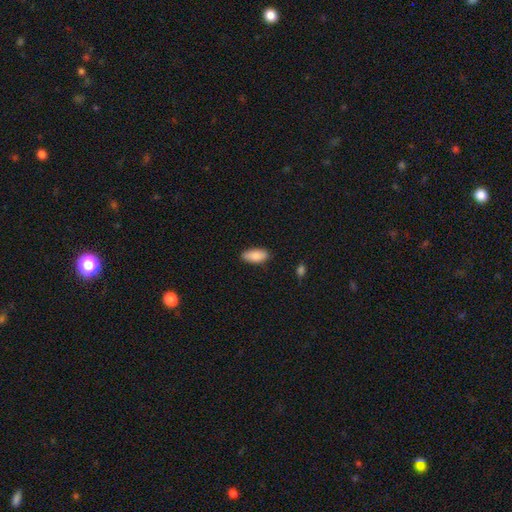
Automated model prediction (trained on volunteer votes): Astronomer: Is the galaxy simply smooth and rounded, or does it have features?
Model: smooth — 88%.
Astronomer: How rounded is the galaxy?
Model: in between — 90%.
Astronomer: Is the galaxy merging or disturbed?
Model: none — 84%.